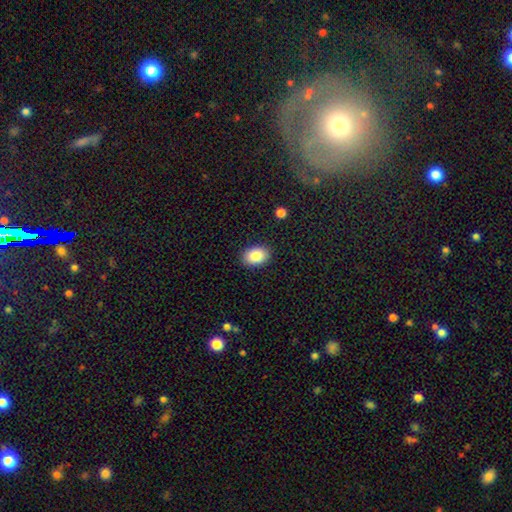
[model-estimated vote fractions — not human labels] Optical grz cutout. It shows a smooth galaxy with no disk features (86%) that is in between round and cigar-shaped (79%). Merging: none (89%).